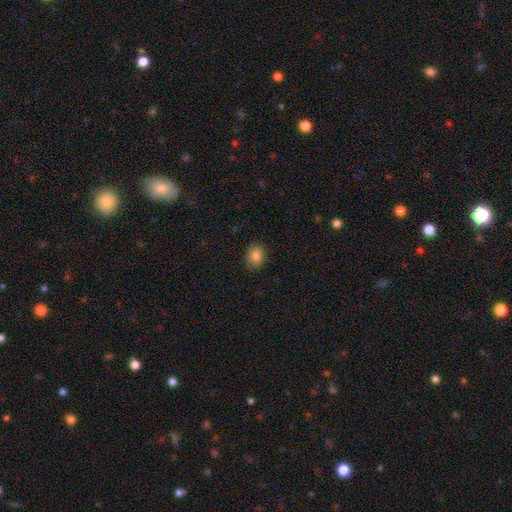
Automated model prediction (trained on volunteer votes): Smooth or featured? smooth (84%)
How rounded? round (62%)
Merging? none (88%)